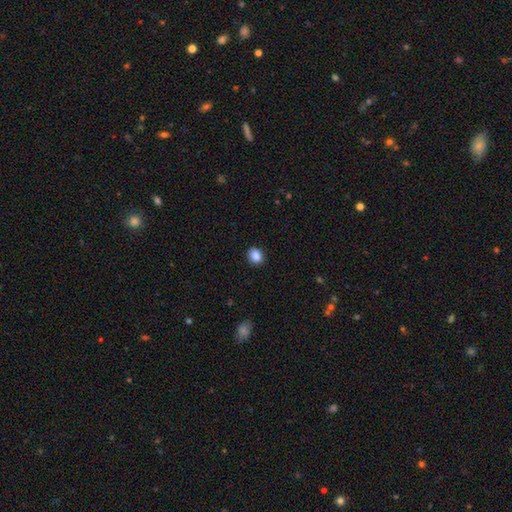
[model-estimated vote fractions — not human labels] Overall: smooth (86%). How rounded: round (62%; in between 37%). Merging: none (90%).